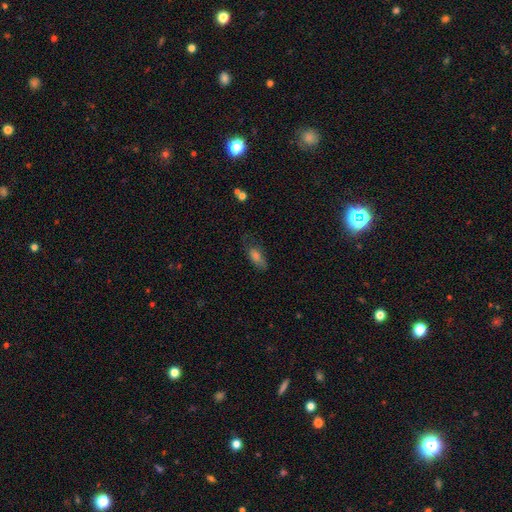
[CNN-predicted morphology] Q: Smooth or featured?
A: smooth (64%); runner-up: featured or disk (20%)
Q: How rounded?
A: in between (76%); runner-up: cigar-shaped (19%)
Q: Merging?
A: none (63%); runner-up: minor disturbance (24%)